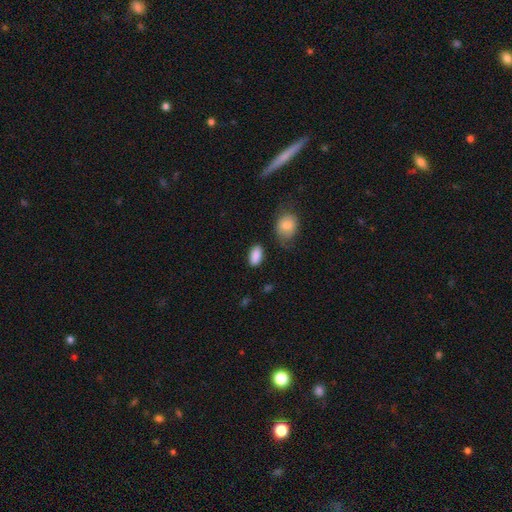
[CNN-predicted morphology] Overall: smooth (89%). How rounded: in between (93%). Merging: none (79%).